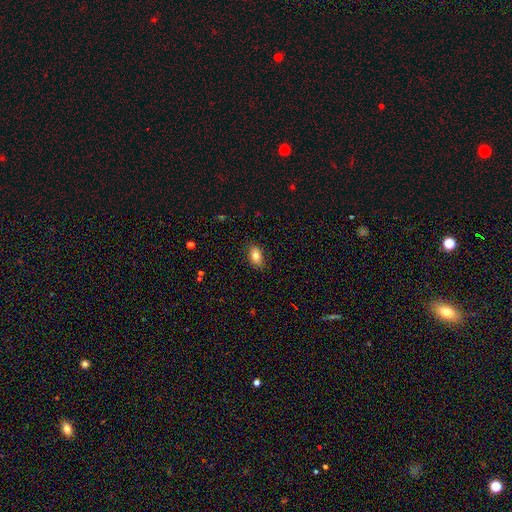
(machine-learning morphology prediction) This is likely a smooth galaxy (79%). How rounded: clearly in between (87%). Merging: clearly none (85%).